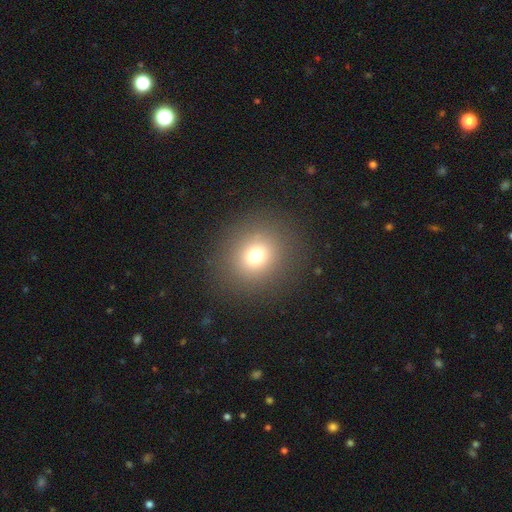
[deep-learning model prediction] smooth-or-featured: smooth: 72% | star or artifact: 18% | featured or disk: 10%
  how-rounded: round: 85% | in between: 14% | cigar-shaped: 1%
  merging: none: 88% | minor disturbance: 7% | major disturbance: 4% | merger: 1%